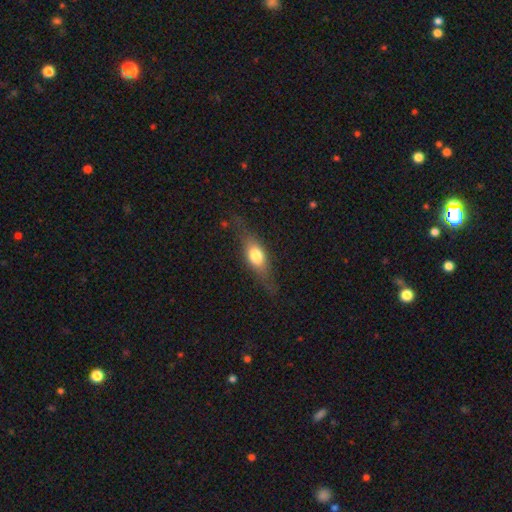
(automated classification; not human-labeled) Smooth or featured?
  - smooth: 56% *
  - featured or disk: 36%
  - star or artifact: 7%
How rounded?
  - in between: 56% *
  - cigar-shaped: 36%
  - round: 8%
Merging?
  - none: 73% *
  - minor disturbance: 18%
  - major disturbance: 7%
  - merger: 1%